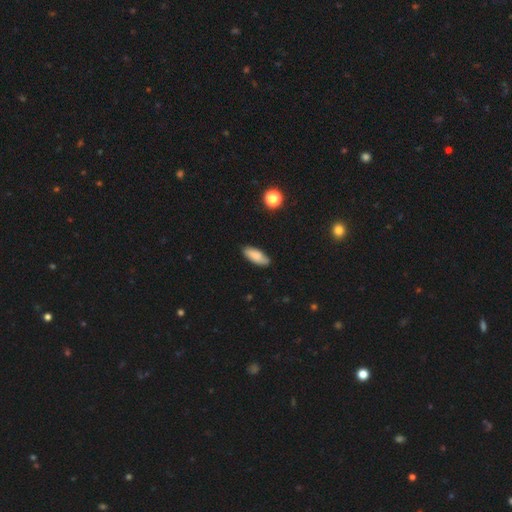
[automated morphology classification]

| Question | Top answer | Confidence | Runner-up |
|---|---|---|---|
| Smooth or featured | smooth | 84% | featured or disk (9%) |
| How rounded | in between | 75% | cigar-shaped (23%) |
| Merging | none | 83% | minor disturbance (14%) |